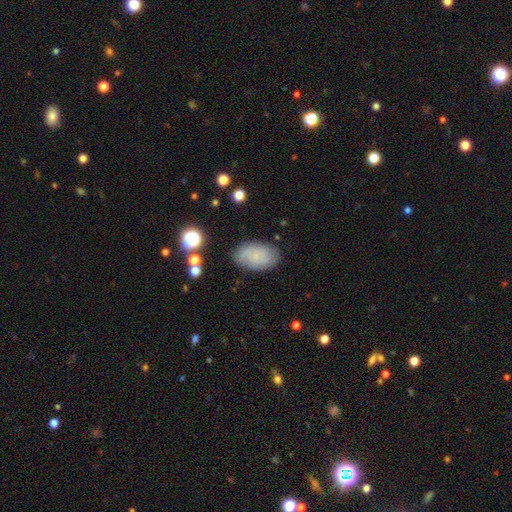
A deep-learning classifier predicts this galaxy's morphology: smooth 63%, featured or disk 26%, star or artifact 10%. Down the decision tree: how rounded — in between (91%); merging — none (79%).